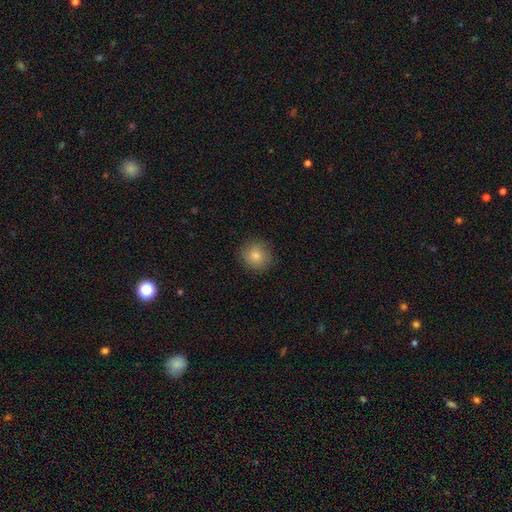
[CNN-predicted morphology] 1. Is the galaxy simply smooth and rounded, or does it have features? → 84% smooth, 9% star or artifact, 7% featured or disk.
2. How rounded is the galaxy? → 90% round, 9% in between, 1% cigar-shaped.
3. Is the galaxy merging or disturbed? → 89% none, 8% minor disturbance, 2% major disturbance, 1% merger.